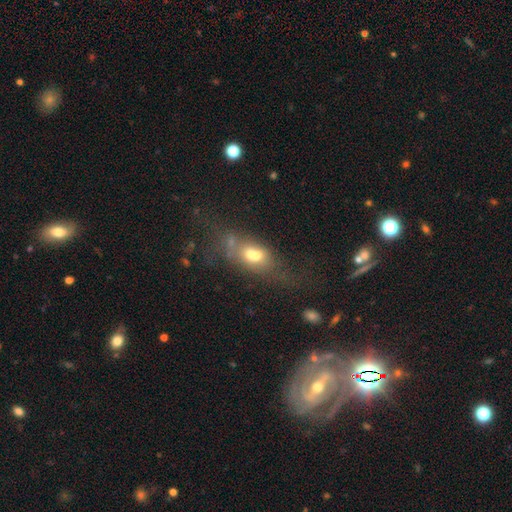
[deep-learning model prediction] Smooth or featured: smooth — 53% (featured or disk — 32%)
How rounded: in between — 68% (round — 18%)
Merging: merger — 39% (none — 30%)